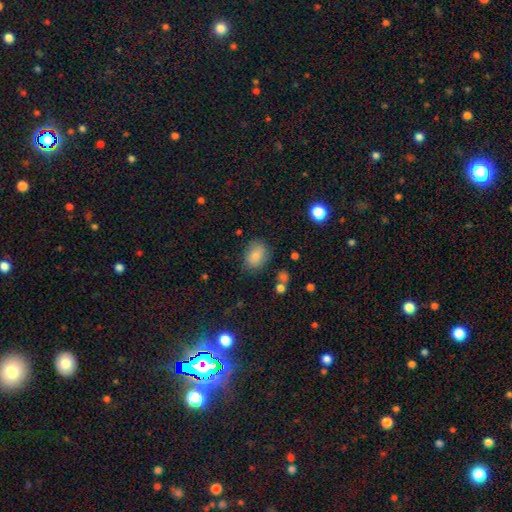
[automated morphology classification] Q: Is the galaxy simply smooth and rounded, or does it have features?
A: smooth — 81%.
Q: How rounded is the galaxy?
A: in between — 65%.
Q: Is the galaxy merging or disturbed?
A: none — 76%.